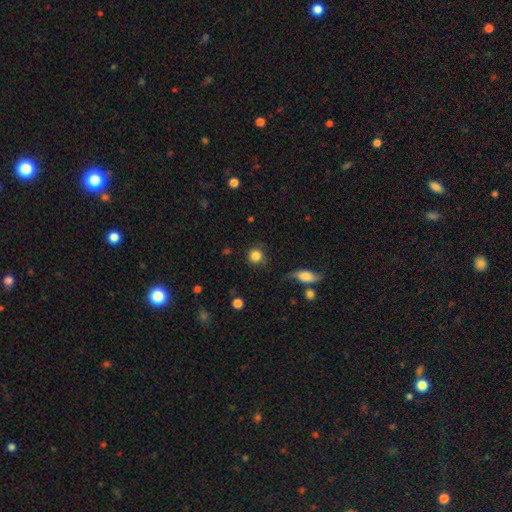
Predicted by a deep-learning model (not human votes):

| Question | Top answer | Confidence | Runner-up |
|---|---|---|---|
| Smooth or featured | smooth | 85% | star or artifact (9%) |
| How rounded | round | 91% | in between (8%) |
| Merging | none | 78% | minor disturbance (14%) |